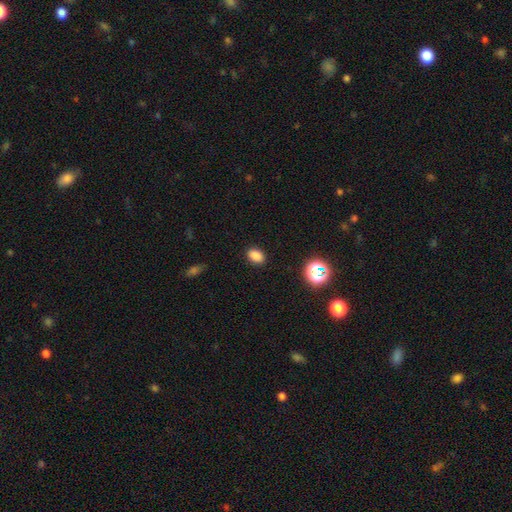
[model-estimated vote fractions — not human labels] A smooth galaxy with no disk features (83%) that is in between round and cigar-shaped (76%). Merging: none (88%).